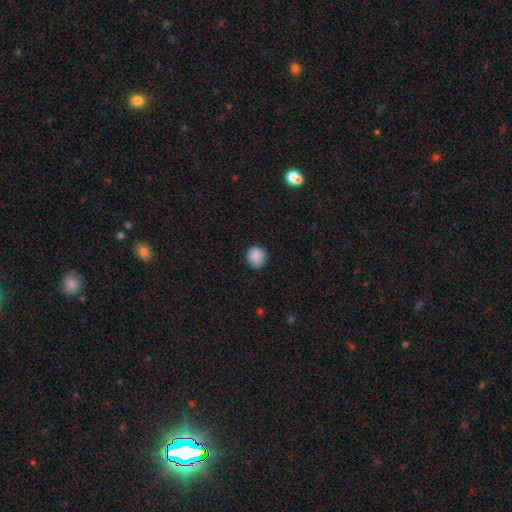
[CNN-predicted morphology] type=smooth (88%); roundness=round (90%); merging=none (83%).